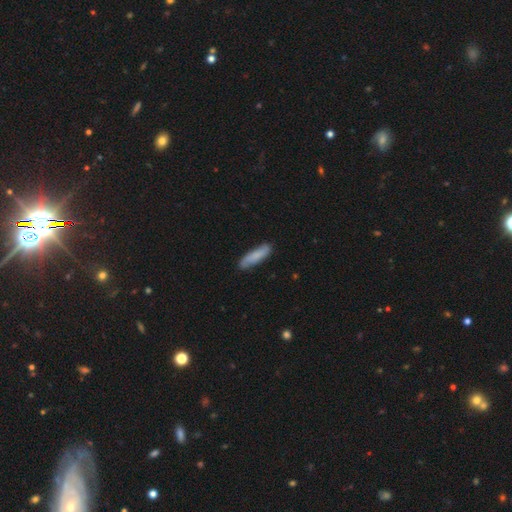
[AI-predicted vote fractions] smooth_or_featured: smooth (p=0.77) [alt: featured or disk p=0.17]
how_rounded: cigar-shaped (p=0.75) [alt: in between p=0.24]
merging: none (p=0.82) [alt: minor disturbance p=0.14]